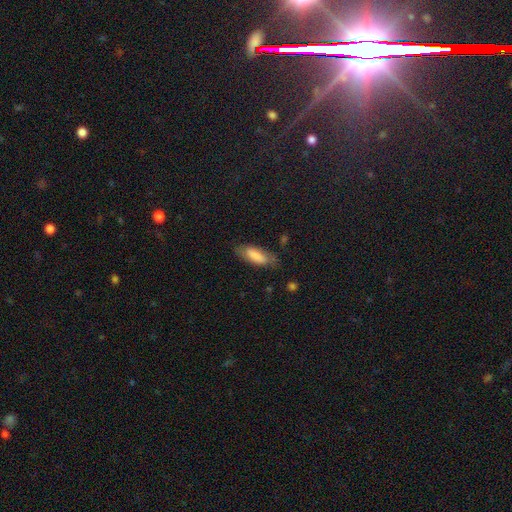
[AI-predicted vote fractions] Overall: smooth (77%). How rounded: in between (69%; cigar-shaped 29%). Merging: none (70%).